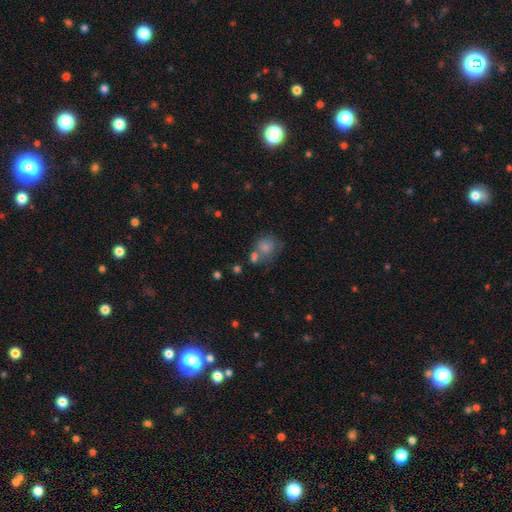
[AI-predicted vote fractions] Q: Smooth or featured?
A: smooth (54%); runner-up: star or artifact (29%)
Q: How rounded?
A: round (79%); runner-up: in between (19%)
Q: Merging?
A: none (60%); runner-up: merger (19%)